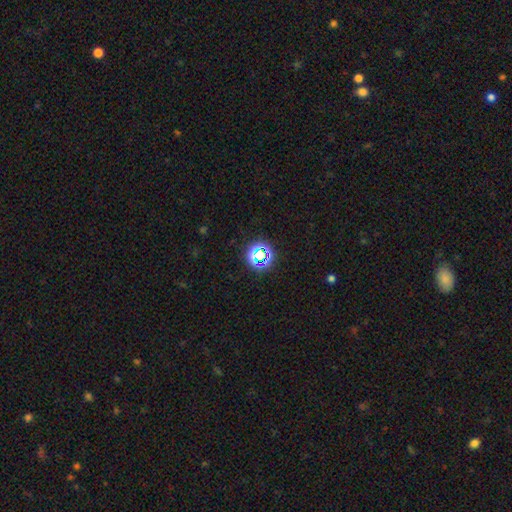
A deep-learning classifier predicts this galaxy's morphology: This appears to be a star or artifact, not a galaxy (64%).